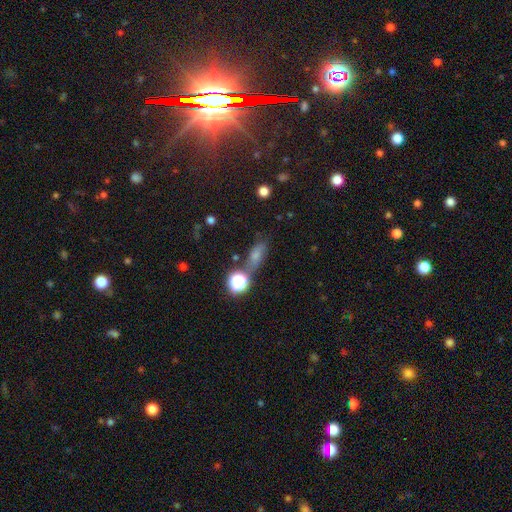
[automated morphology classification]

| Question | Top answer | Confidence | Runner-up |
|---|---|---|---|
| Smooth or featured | smooth | 66% | star or artifact (19%) |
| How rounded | in between | 65% | round (18%) |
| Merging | none | 59% | minor disturbance (21%) |